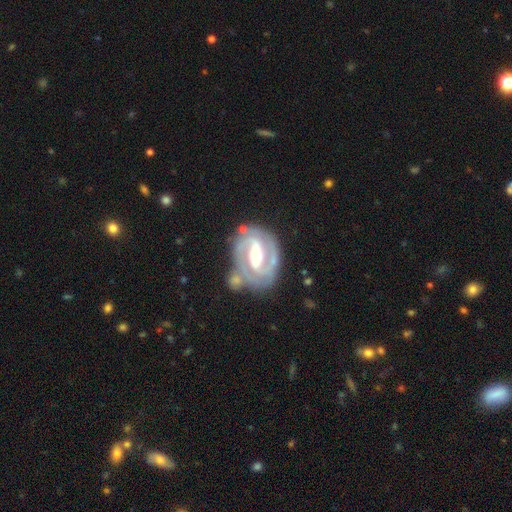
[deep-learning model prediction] Morphology: type=featured or disk (89%); edge-on=no (97%); bar=strong (53%); spiral arms=yes (95%); winding=tight (53%); arm count=2 (82%); bulge=moderate (67%); merging=none (66%).